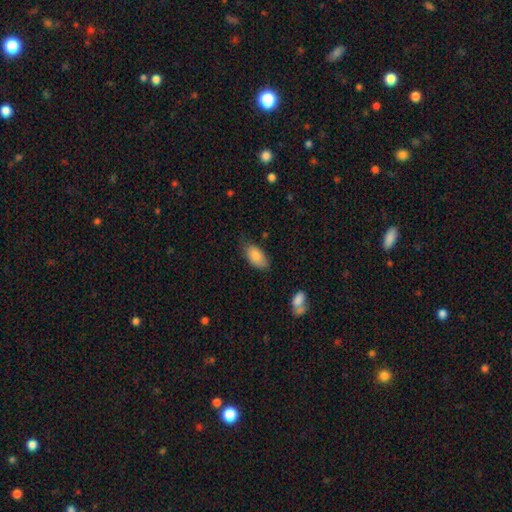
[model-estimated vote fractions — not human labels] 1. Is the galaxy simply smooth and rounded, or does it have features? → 85% smooth, 8% featured or disk, 7% star or artifact.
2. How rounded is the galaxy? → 93% in between, 4% cigar-shaped, 3% round.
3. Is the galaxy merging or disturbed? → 67% none, 26% minor disturbance, 5% major disturbance, 2% merger.